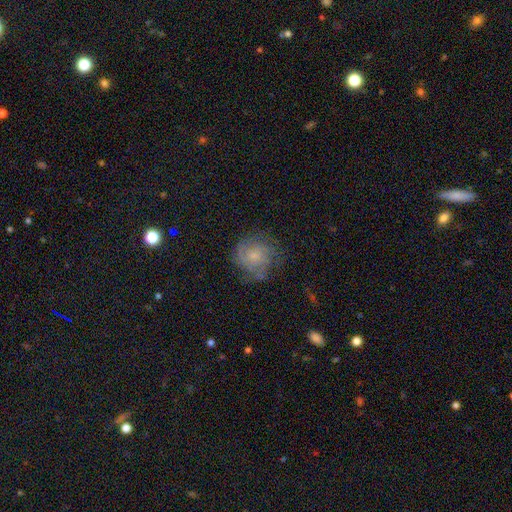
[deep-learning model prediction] Smooth or featured: featured or disk — 46% (smooth — 44%)
Merging: none — 63% (minor disturbance — 22%)